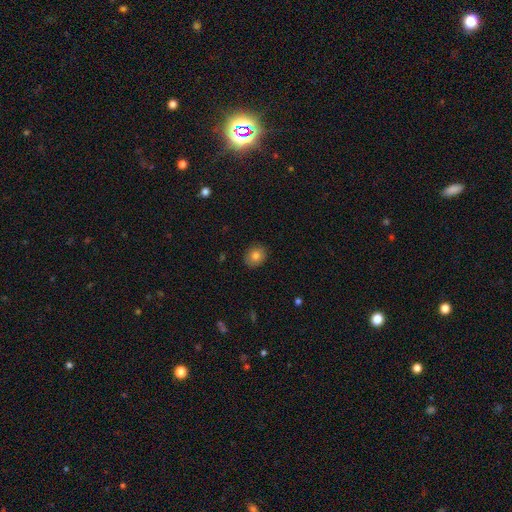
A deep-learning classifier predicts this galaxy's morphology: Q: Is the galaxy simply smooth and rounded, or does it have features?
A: smooth — 82%.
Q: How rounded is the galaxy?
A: round — 61%.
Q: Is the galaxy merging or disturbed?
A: none — 87%.